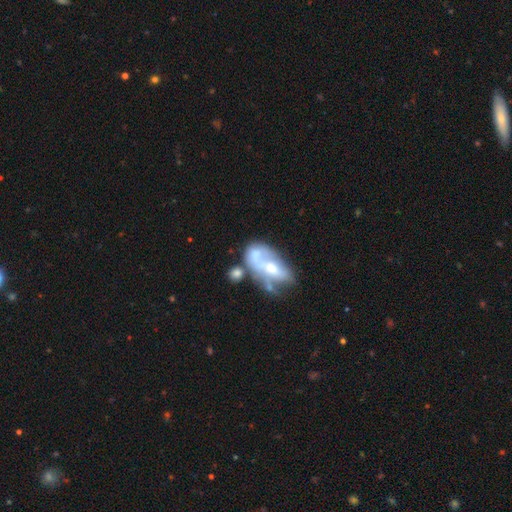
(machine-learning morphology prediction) Overall: featured or disk (46%; smooth 45%). Merging: merger (43%; major disturbance 22%).